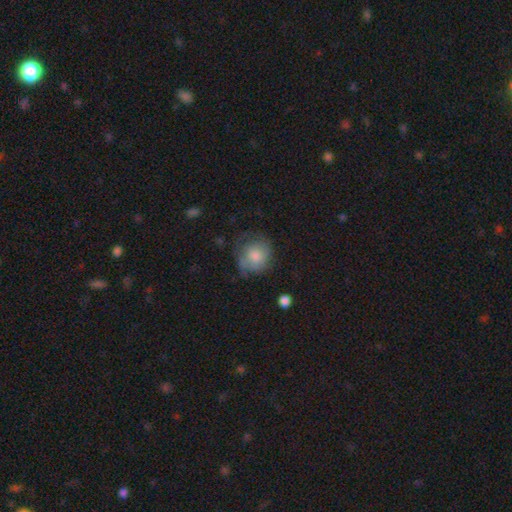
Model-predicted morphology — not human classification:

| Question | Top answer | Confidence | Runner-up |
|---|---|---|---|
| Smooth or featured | smooth | 68% | featured or disk (23%) |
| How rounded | round | 79% | in between (20%) |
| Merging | none | 58% | minor disturbance (28%) |